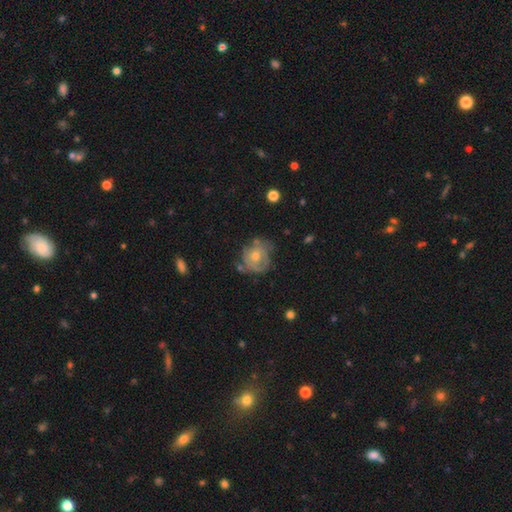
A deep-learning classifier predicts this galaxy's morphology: type=featured or disk (54%); edge-on=no (97%); bar=no (83%); spiral arms=yes (57%); bulge=moderate (57%); merging=none (52%).